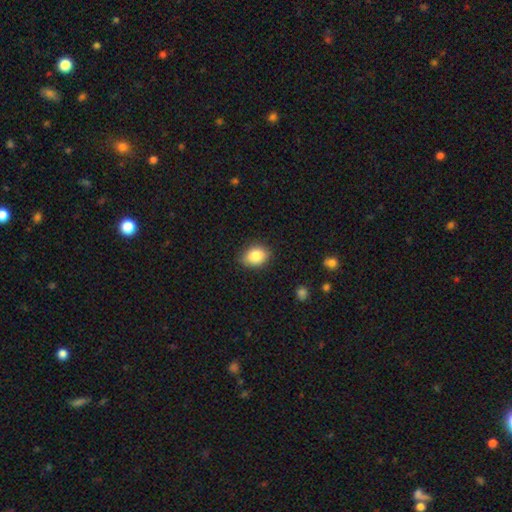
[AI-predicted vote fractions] smooth_or_featured: smooth (p=0.86) [alt: star or artifact p=0.08]
how_rounded: in between (p=0.70) [alt: round p=0.29]
merging: none (p=0.81) [alt: minor disturbance p=0.15]